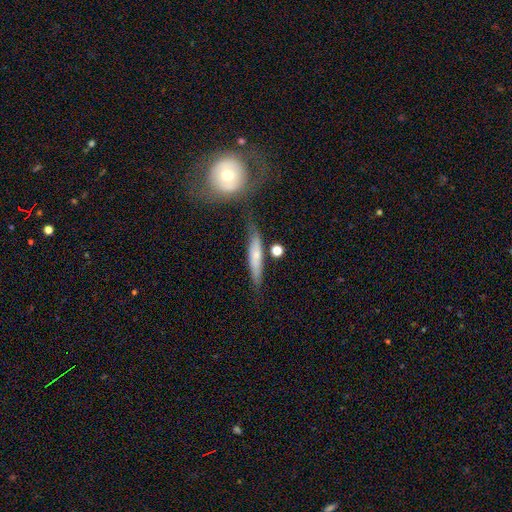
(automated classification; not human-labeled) Smooth or featured? smooth (57%)
How rounded? cigar-shaped (84%)
Merging? none (68%)